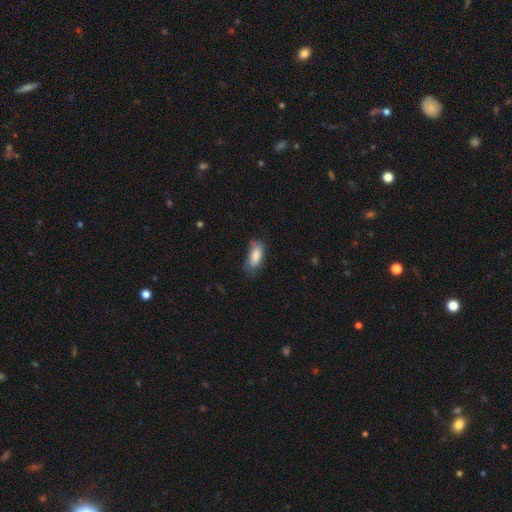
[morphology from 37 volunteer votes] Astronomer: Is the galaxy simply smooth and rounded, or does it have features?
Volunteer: smooth — 92%.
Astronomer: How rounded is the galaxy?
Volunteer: in between — 85%.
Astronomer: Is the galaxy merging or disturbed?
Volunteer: none — 65%.